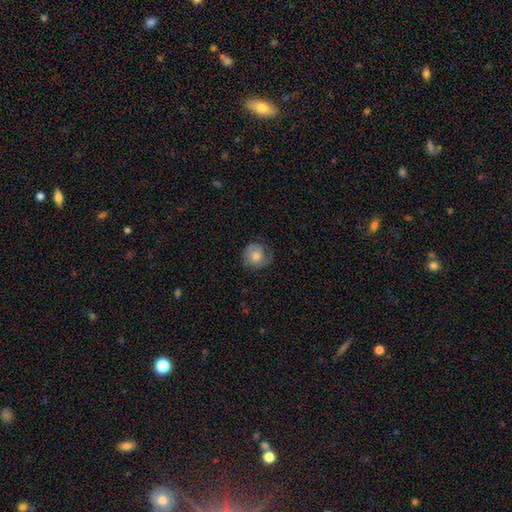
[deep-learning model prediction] Q: Smooth or featured?
A: smooth (61%); runner-up: featured or disk (31%)
Q: How rounded?
A: round (84%); runner-up: in between (15%)
Q: Merging?
A: none (62%); runner-up: minor disturbance (24%)